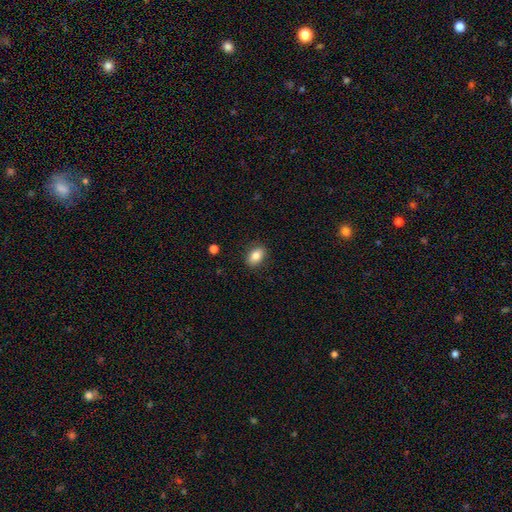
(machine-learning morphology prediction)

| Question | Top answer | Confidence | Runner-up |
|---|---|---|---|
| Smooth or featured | smooth | 83% | featured or disk (9%) |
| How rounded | in between | 82% | round (17%) |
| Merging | none | 87% | minor disturbance (9%) |